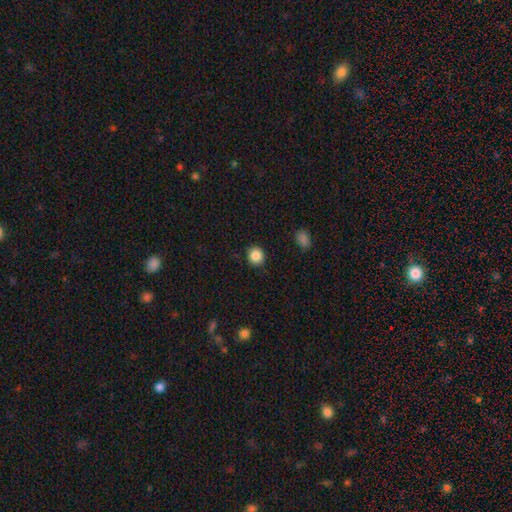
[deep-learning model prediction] This appears to be a smooth galaxy with no disk features (86%) that is round (86%). Merging: none (90%).